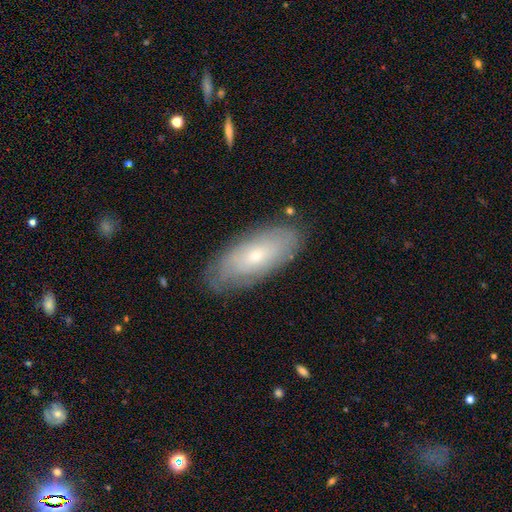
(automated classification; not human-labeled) A featured or disk galaxy (49%).

Vote fractions:
- Smooth or featured? featured or disk: 49% / smooth: 44% / star or artifact: 7%
- Merging? none: 79% / minor disturbance: 16% / major disturbance: 4% / merger: 1%